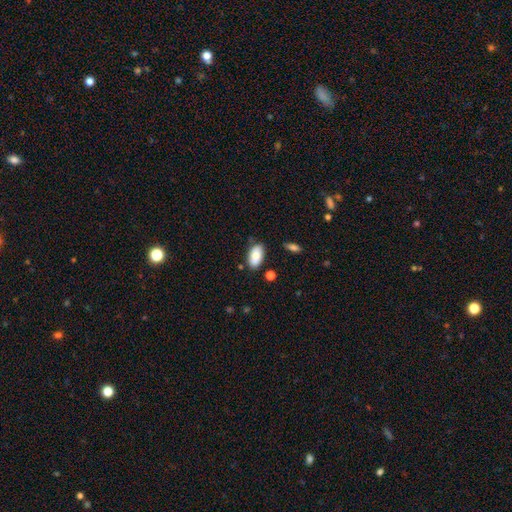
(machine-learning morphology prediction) A smooth galaxy with no disk features (80%) that is in between round and cigar-shaped (94%). Merging: none (75%).